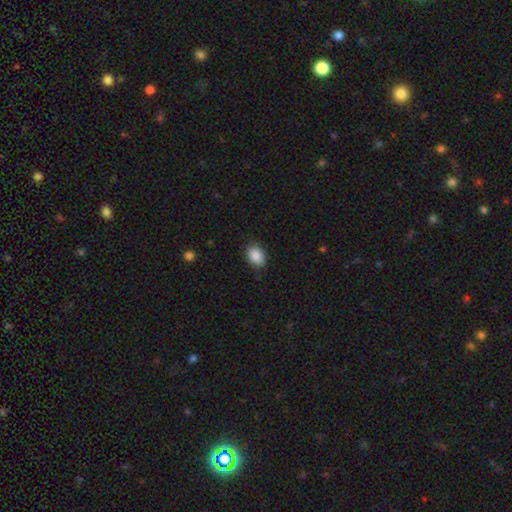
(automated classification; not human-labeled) Smooth or featured? smooth (89%)
How rounded? in between (78%)
Merging? none (85%)